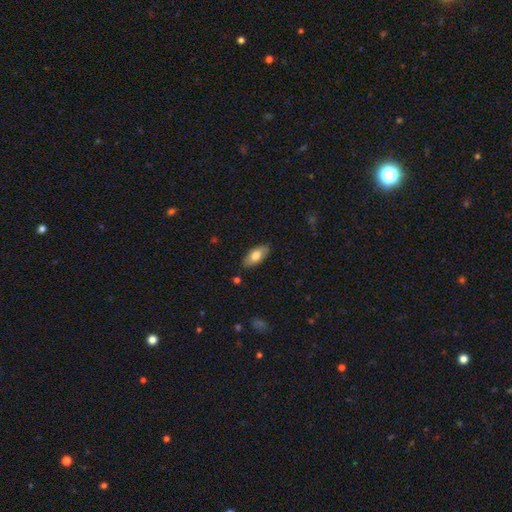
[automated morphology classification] Overall: smooth (74%). How rounded: in between (89%). Merging: none (86%).